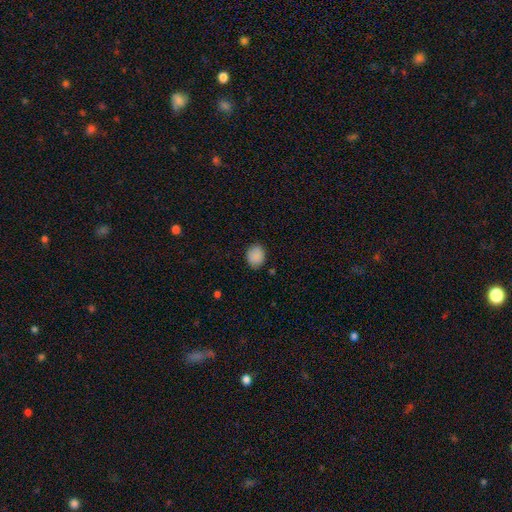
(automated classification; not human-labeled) A smooth galaxy with no disk features (89%) that is round (51%).

Vote fractions:
- Smooth or featured? smooth: 89% / star or artifact: 8% / featured or disk: 3%
- How rounded? round: 51% / in between: 48% / cigar-shaped: 1%
- Merging? none: 84% / minor disturbance: 12% / major disturbance: 3% / merger: 1%